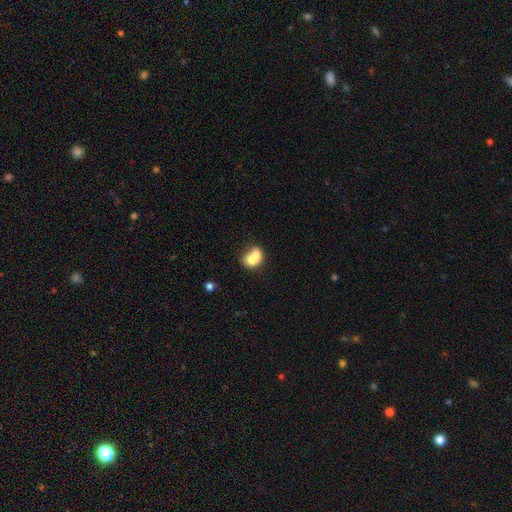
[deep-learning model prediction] The model was most divided on "how rounded": round: 53%, in between: 46%, cigar-shaped: 1%. More confident: merging — merger (69%); smooth or featured — smooth (68%).